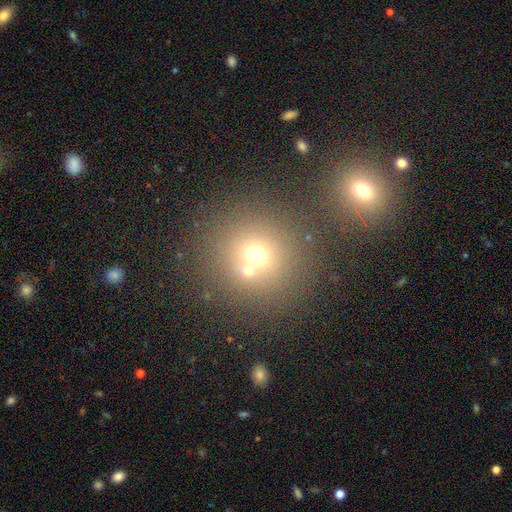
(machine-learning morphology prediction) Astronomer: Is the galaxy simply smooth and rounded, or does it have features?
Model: smooth — 67%.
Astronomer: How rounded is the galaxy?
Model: round — 90%.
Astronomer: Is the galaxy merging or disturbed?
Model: none — 59%.